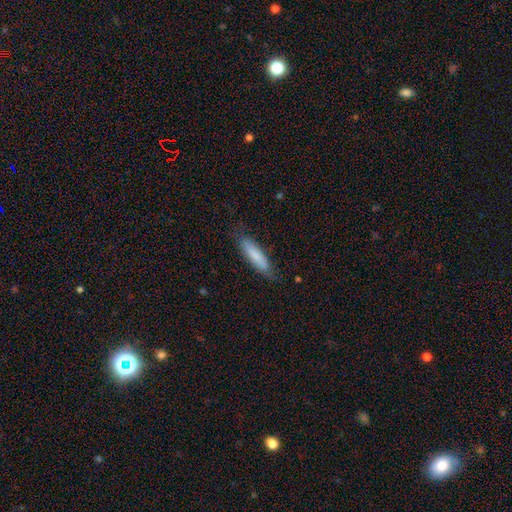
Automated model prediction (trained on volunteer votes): Q: Smooth or featured?
A: smooth (78%); runner-up: featured or disk (16%)
Q: How rounded?
A: cigar-shaped (75%); runner-up: in between (24%)
Q: Merging?
A: none (77%); runner-up: minor disturbance (18%)